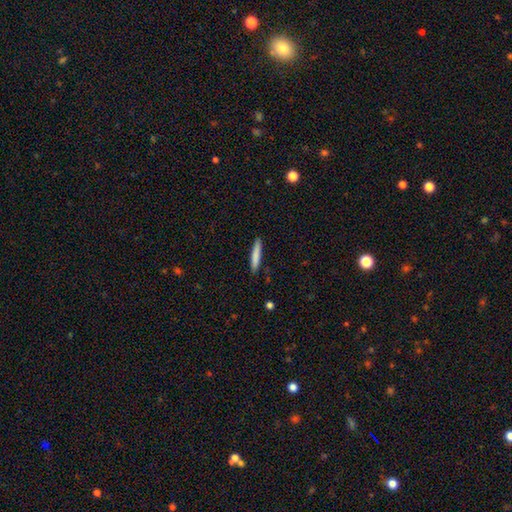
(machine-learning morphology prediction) Smooth or featured? smooth (81%)
How rounded? cigar-shaped (93%)
Merging? none (90%)